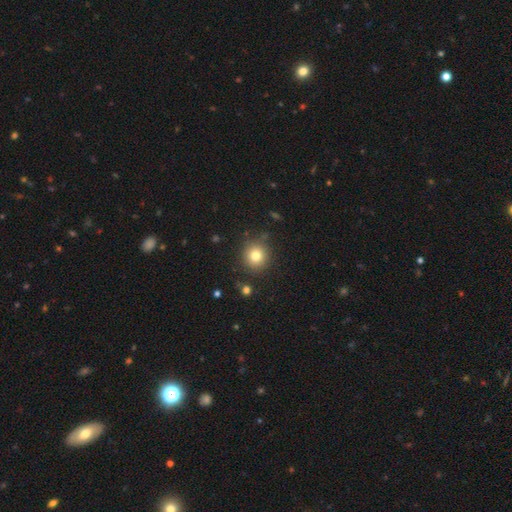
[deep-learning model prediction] smooth-or-featured: smooth: 80% | star or artifact: 12% | featured or disk: 8%
  how-rounded: round: 91% | in between: 8% | cigar-shaped: 1%
  merging: none: 87% | minor disturbance: 8% | major disturbance: 3% | merger: 2%